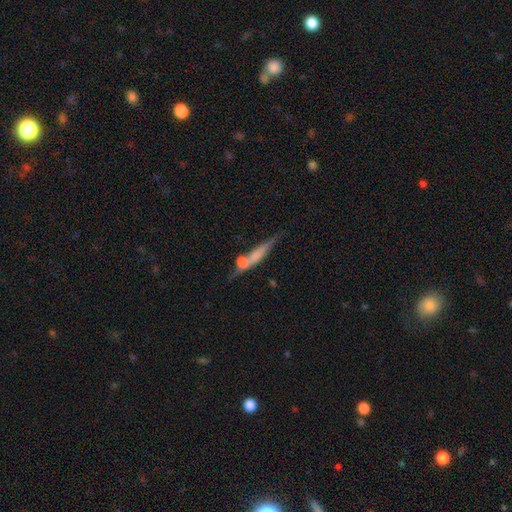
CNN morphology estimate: type=featured or disk (49%); merging=none (40%).